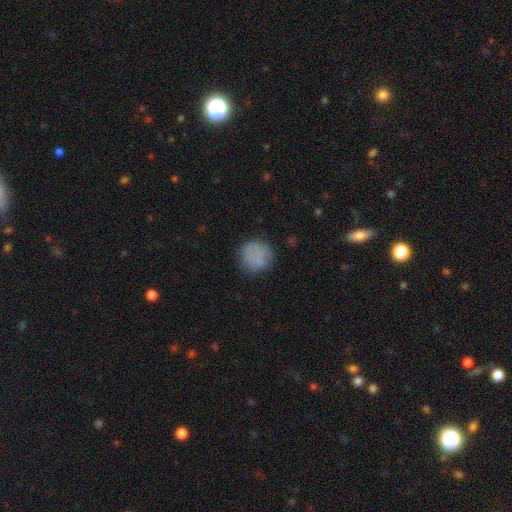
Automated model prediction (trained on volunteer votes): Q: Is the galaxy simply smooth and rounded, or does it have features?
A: smooth — 77%.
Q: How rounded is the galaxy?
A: round — 91%.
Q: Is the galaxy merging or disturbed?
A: none — 76%.